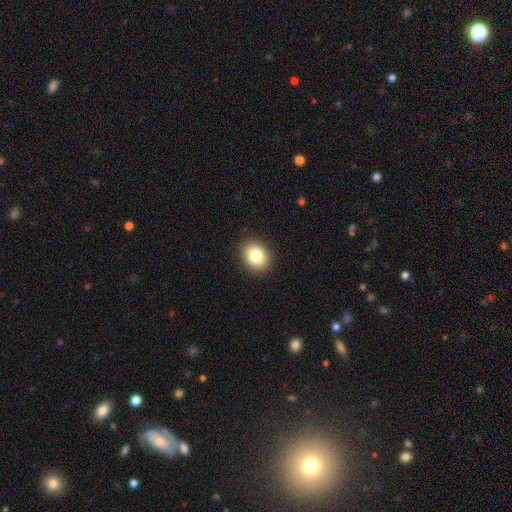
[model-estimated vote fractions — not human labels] A smooth galaxy with no disk features (83%) that is in between round and cigar-shaped (56%).

Vote fractions:
- Smooth or featured? smooth: 83% / star or artifact: 9% / featured or disk: 8%
- How rounded? in between: 56% / round: 43% / cigar-shaped: 1%
- Merging? none: 90% / minor disturbance: 7% / major disturbance: 2% / merger: 1%